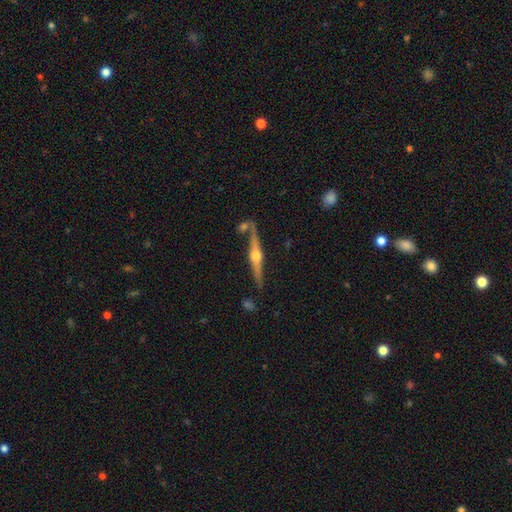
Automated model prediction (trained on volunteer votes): smooth_or_featured: featured or disk (p=0.82) [alt: smooth p=0.12]
disk_edge_on: yes (p=0.98) [alt: no p=0.02]
edge_on_bulge: rounded (p=0.95) [alt: boxy p=0.03]
merging: none (p=0.78) [alt: minor disturbance p=0.11]